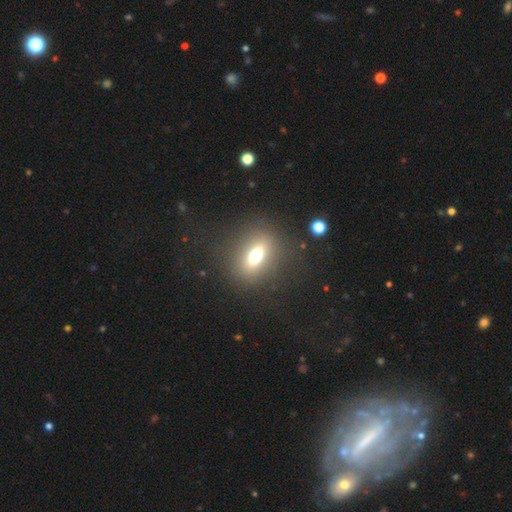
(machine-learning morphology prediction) This is likely a smooth galaxy (62%). How rounded: possibly in between (59%). Merging: clearly none (82%).